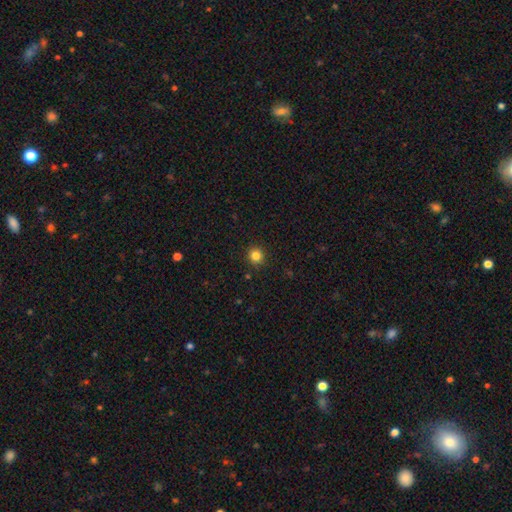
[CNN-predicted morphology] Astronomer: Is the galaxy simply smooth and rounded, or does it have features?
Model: smooth — 84%.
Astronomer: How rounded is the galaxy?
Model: round — 93%.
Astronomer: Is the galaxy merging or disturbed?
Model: none — 91%.